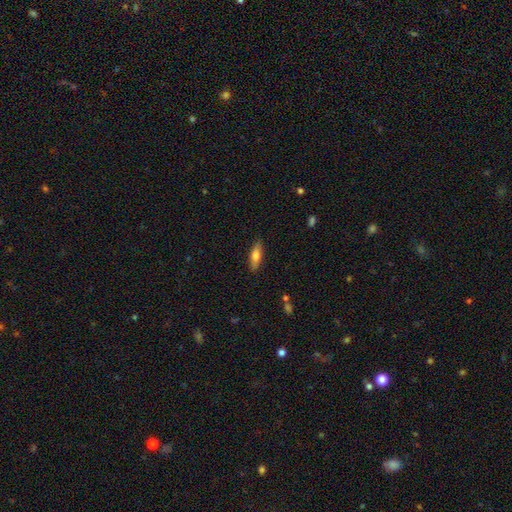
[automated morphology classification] Smooth or featured? Predicted: smooth (p=0.69). How rounded? Predicted: in between (p=0.54). Merging? Predicted: none (p=0.85).